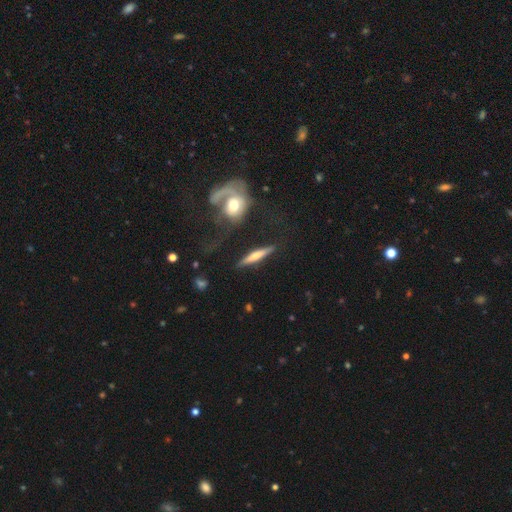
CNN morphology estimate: The model was most divided on "smooth or featured": featured or disk: 53%, smooth: 40%, star or artifact: 6%. More confident: edge-on disk — yes (92%); merging — none (78%).